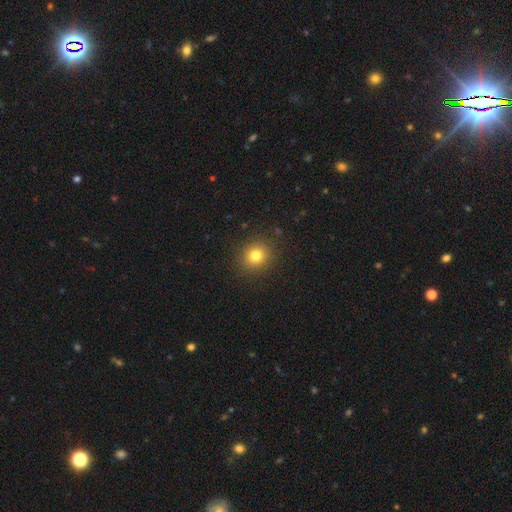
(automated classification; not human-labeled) Smooth or featured? Predicted: smooth (p=0.80). How rounded? Predicted: round (p=0.84). Merging? Predicted: none (p=0.90).